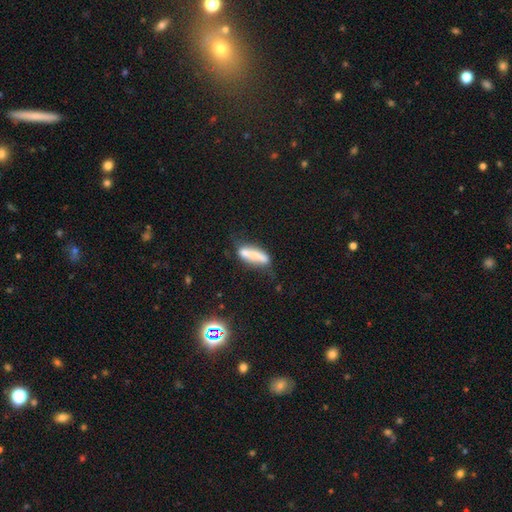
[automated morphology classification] This is likely a smooth galaxy (64%). How rounded: possibly cigar-shaped (56%). Merging: marginally none (41%).